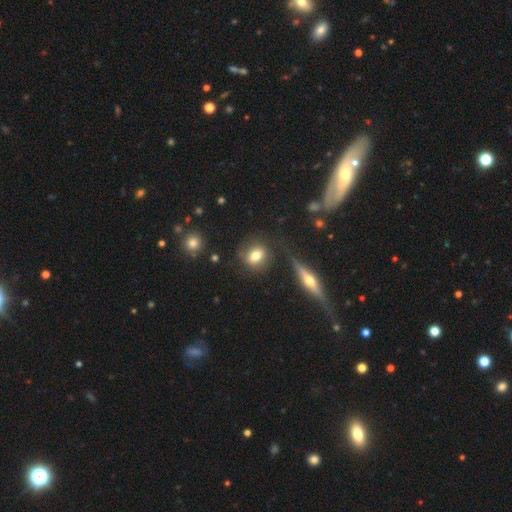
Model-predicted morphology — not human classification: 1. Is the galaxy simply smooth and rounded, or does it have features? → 74% smooth, 16% featured or disk, 10% star or artifact.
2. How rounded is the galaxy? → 62% round, 35% in between, 3% cigar-shaped.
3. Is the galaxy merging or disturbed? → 75% none, 14% minor disturbance, 6% merger, 5% major disturbance.